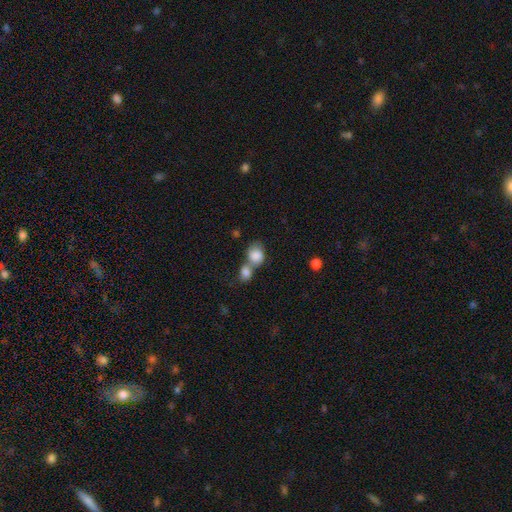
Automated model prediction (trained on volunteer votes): Overall: smooth (84%). How rounded: round (55%; in between 44%). Merging: merger (64%).